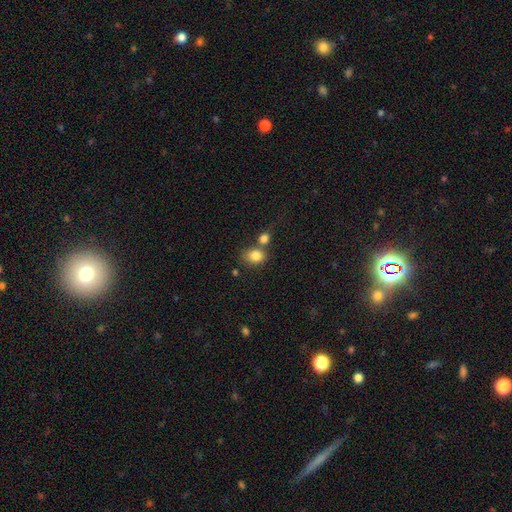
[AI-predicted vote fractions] smooth-or-featured: smooth: 83% | star or artifact: 10% | featured or disk: 8%
  how-rounded: round: 51% | in between: 48% | cigar-shaped: 1%
  merging: none: 49% | merger: 34% | minor disturbance: 12% | major disturbance: 5%